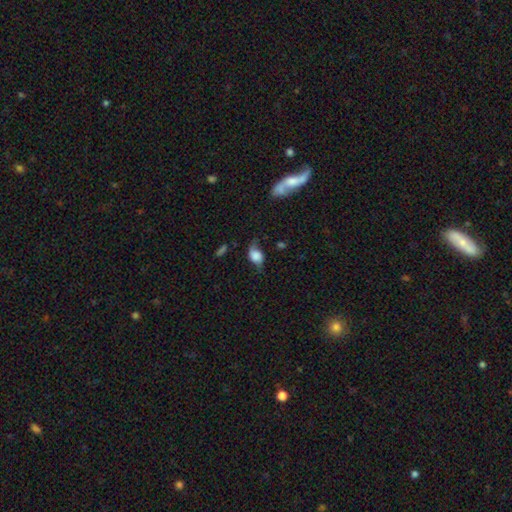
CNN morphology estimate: Smooth or featured? smooth (56%)
How rounded? in between (73%)
Merging? none (50%)